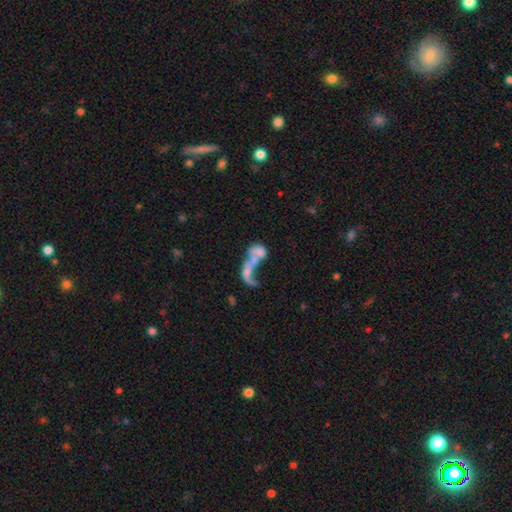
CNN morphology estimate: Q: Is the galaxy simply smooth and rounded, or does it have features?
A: featured or disk — 49%.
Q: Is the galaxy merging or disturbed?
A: merger — 63%.